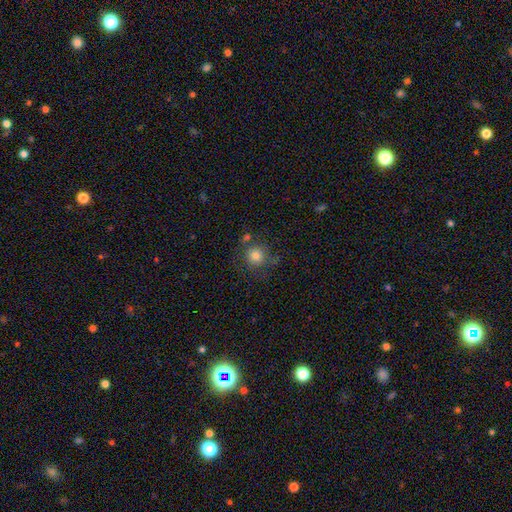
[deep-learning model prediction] smooth_or_featured: smooth (p=0.80) [alt: star or artifact p=0.11]
how_rounded: round (p=0.90) [alt: in between p=0.09]
merging: none (p=0.70) [alt: minor disturbance p=0.14]